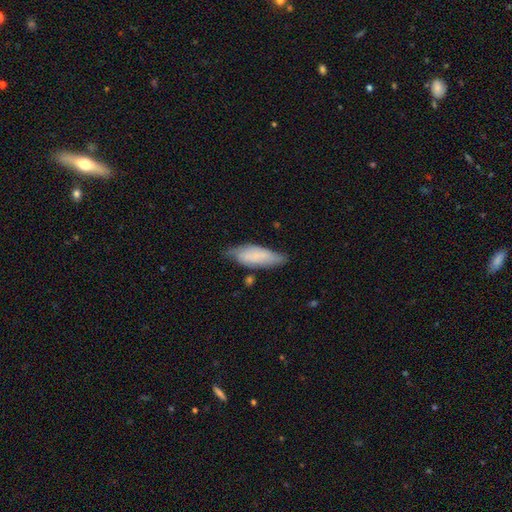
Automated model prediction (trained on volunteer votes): This appears to be a smooth galaxy with no disk features (70%) that is in between round and cigar-shaped (61%). Merging: none (62%).